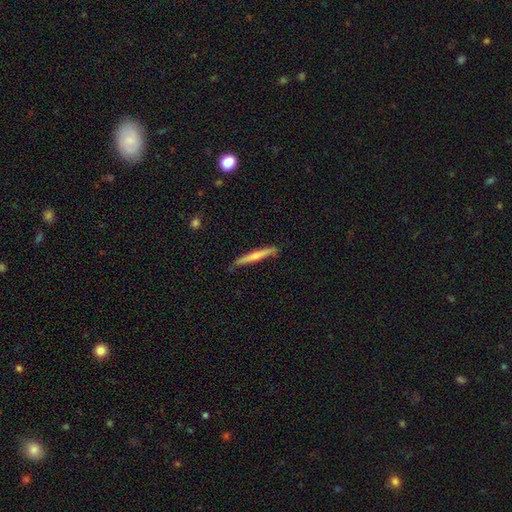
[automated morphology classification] type=smooth (48%); merging=none (85%).